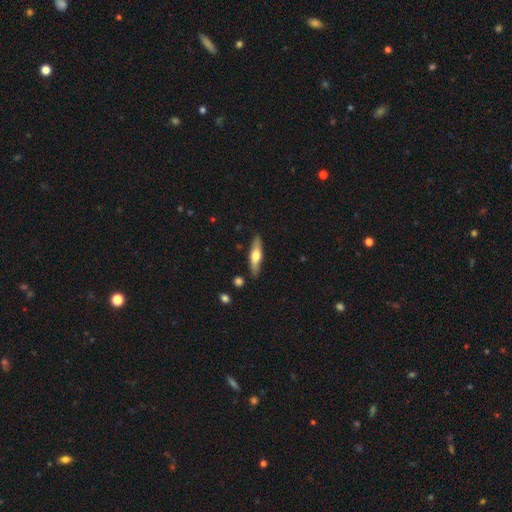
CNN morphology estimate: smooth 52%, featured or disk 42%, star or artifact 6%. Down the decision tree: how rounded — cigar-shaped (69%); merging — none (86%).